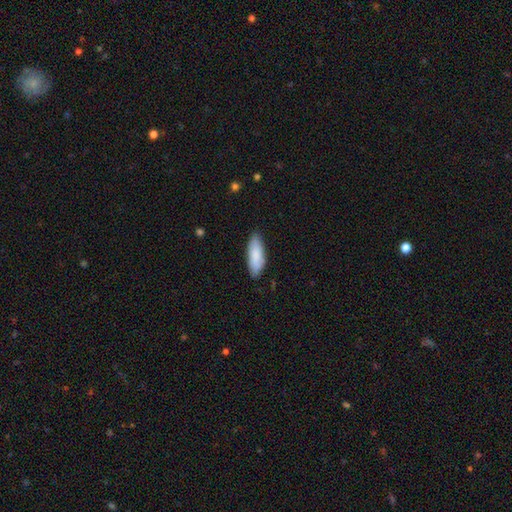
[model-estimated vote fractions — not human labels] A smooth galaxy with no disk features (86%) that is in between round and cigar-shaped (66%).

Vote fractions:
- Smooth or featured? smooth: 86% / featured or disk: 9% / star or artifact: 5%
- How rounded? in between: 66% / cigar-shaped: 33% / round: 2%
- Merging? none: 84% / minor disturbance: 13% / major disturbance: 2% / merger: 1%